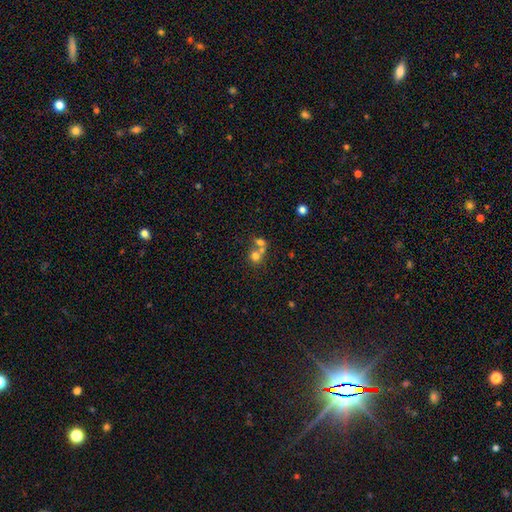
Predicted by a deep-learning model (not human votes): smooth_or_featured: smooth (p=0.71) [alt: star or artifact p=0.15]
how_rounded: round (p=0.78) [alt: in between p=0.21]
merging: merger (p=0.54) [alt: none p=0.37]